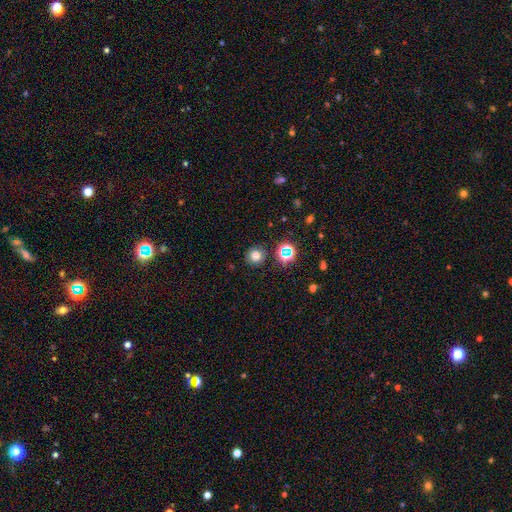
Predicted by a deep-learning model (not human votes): smooth-or-featured: smooth: 73% | star or artifact: 20% | featured or disk: 7%
  how-rounded: round: 93% | in between: 6% | cigar-shaped: 1%
  merging: none: 88% | minor disturbance: 6% | merger: 3% | major disturbance: 2%